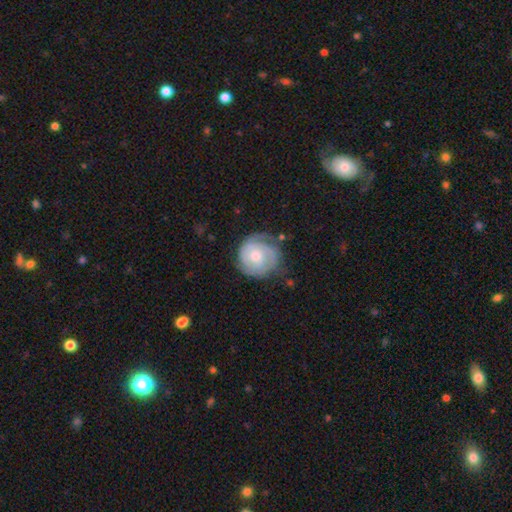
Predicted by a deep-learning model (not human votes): Smooth or featured? Predicted: featured or disk (p=0.78). Edge-on disk? Predicted: no (p=0.98). Bar? Predicted: no (p=0.73). Spiral arms? Predicted: yes (p=0.94). Spiral winding? Predicted: tight (p=0.75). Spiral arm count? Predicted: 2 (p=0.43). Bulge size? Predicted: moderate (p=0.48). Merging? Predicted: none (p=0.67).